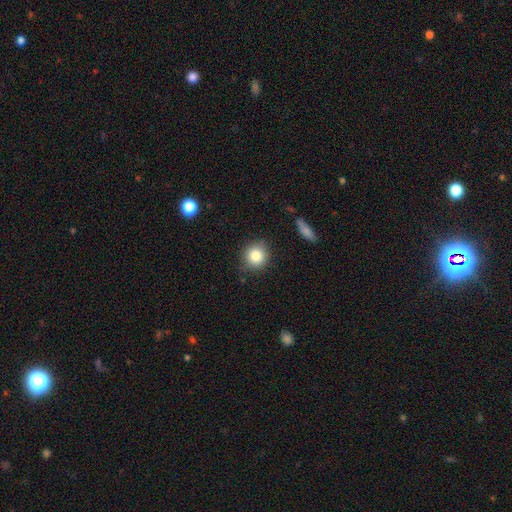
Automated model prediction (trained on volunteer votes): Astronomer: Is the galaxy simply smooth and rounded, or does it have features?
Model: smooth — 83%.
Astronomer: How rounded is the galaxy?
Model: round — 89%.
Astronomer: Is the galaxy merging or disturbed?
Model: none — 85%.